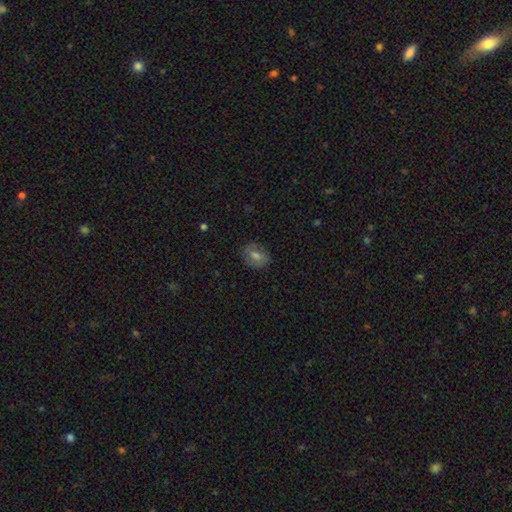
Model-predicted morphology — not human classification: smooth_or_featured: smooth (p=0.60) [alt: featured or disk p=0.26]
how_rounded: in between (p=0.55) [alt: round p=0.43]
merging: none (p=0.83) [alt: minor disturbance p=0.12]